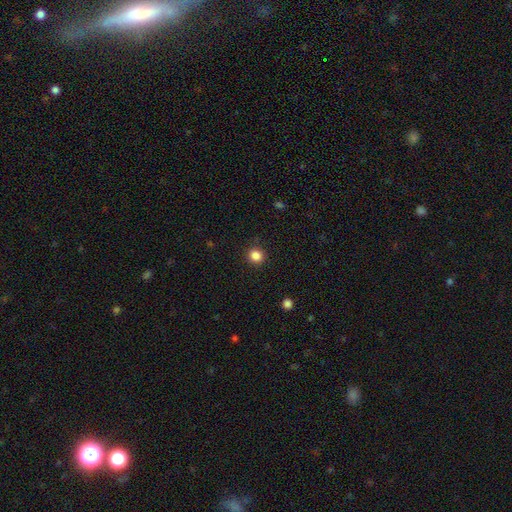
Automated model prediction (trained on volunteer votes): This is clearly a smooth galaxy (85%). How rounded: clearly round (90%). Merging: clearly none (91%).